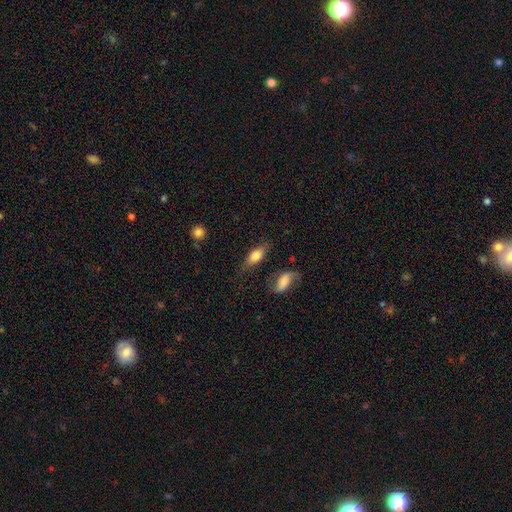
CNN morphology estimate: A smooth galaxy with no disk features (68%) that is in between round and cigar-shaped (74%).

Vote fractions:
- Smooth or featured? smooth: 68% / featured or disk: 25% / star or artifact: 7%
- How rounded? in between: 74% / cigar-shaped: 21% / round: 5%
- Merging? none: 71% / minor disturbance: 19% / major disturbance: 6% / merger: 4%